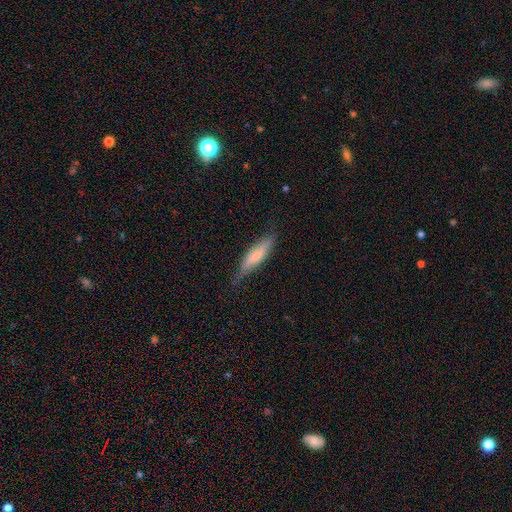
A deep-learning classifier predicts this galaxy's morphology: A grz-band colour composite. It shows a smooth galaxy with no disk features (56%) that is cigar-shaped (74%). Merging: none (71%).